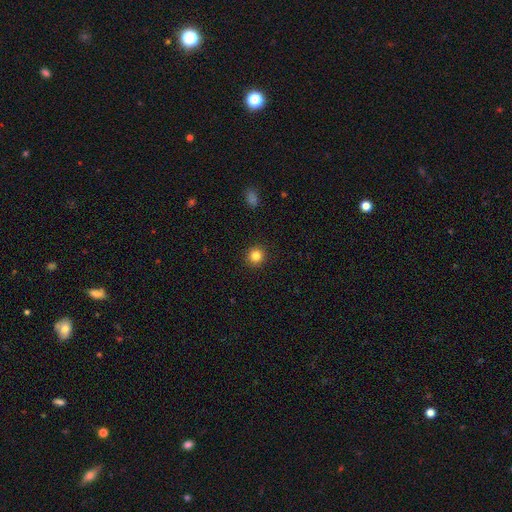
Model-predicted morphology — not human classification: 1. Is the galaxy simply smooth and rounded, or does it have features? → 83% smooth, 11% star or artifact, 5% featured or disk.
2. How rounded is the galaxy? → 93% round, 6% in between, 1% cigar-shaped.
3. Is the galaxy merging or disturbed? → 93% none, 5% minor disturbance, 2% major disturbance, 1% merger.